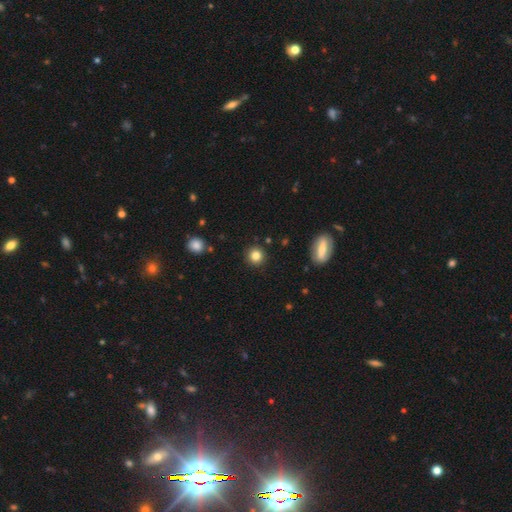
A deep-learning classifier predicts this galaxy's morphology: Smooth or featured? Predicted: smooth (p=0.83). How rounded? Predicted: round (p=0.92). Merging? Predicted: none (p=0.91).